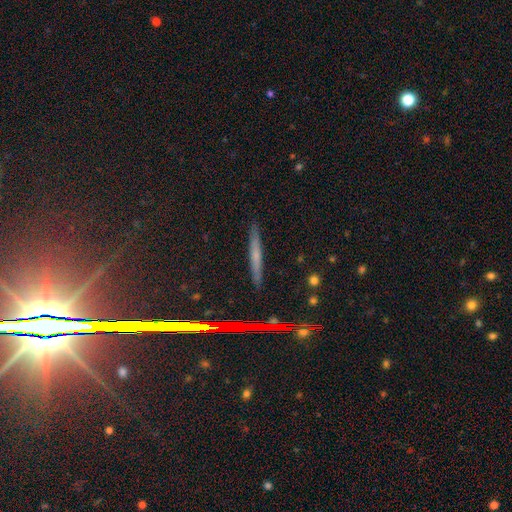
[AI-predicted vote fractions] Morphology: type=smooth (44%); merging=none (88%).